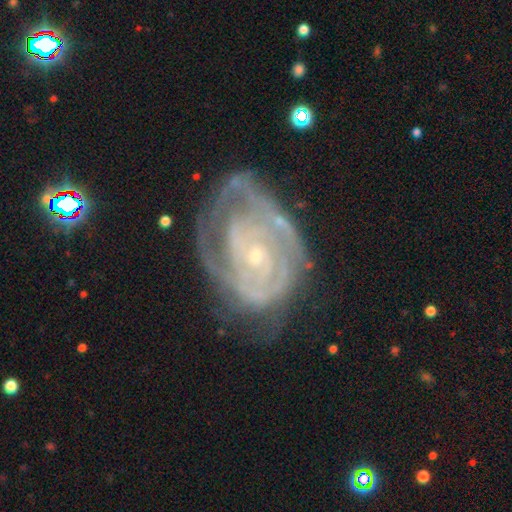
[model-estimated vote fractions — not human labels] Smooth or featured? Predicted: featured or disk (p=0.83). Edge-on disk? Predicted: no (p=0.97). Bar? Predicted: no (p=0.74). Spiral arms? Predicted: yes (p=0.85). Spiral winding? Predicted: tight (p=0.70). Spiral arm count? Predicted: can't tell (p=0.45). Bulge size? Predicted: small (p=0.81). Merging? Predicted: none (p=0.50).